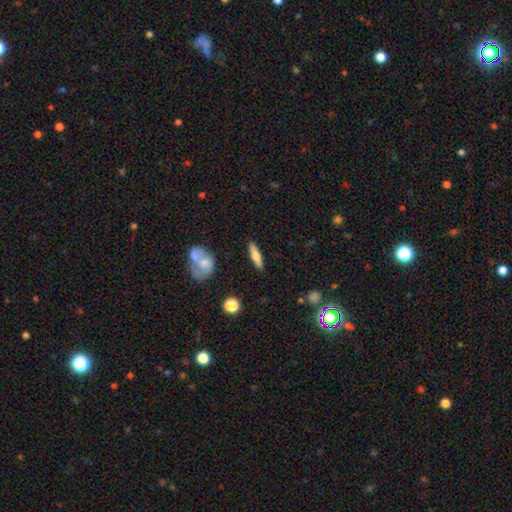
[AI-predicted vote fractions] Overall: smooth (54%; featured or disk 39%). How rounded: cigar-shaped (68%; in between 29%). Merging: none (86%).